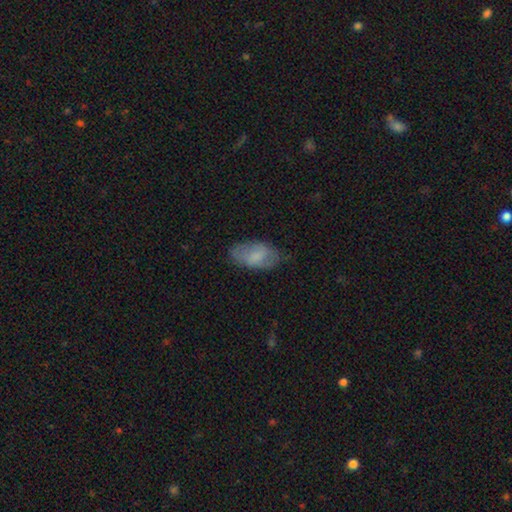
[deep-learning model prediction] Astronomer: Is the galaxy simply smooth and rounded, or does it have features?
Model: smooth — 69%.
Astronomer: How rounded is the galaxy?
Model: in between — 93%.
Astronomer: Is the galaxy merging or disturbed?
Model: none — 66%.